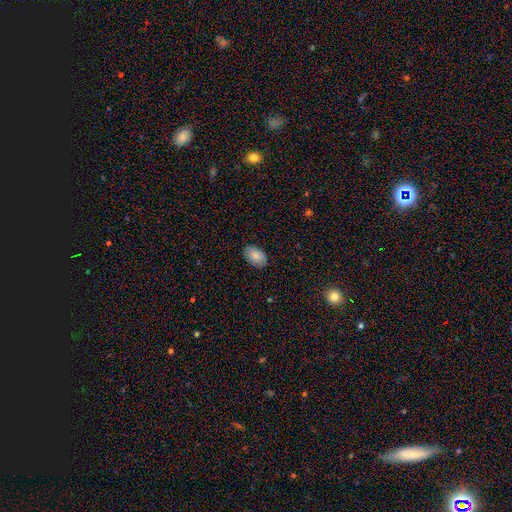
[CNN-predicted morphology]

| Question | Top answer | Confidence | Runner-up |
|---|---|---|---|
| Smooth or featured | smooth | 83% | featured or disk (10%) |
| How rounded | in between | 92% | round (7%) |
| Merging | none | 86% | minor disturbance (11%) |